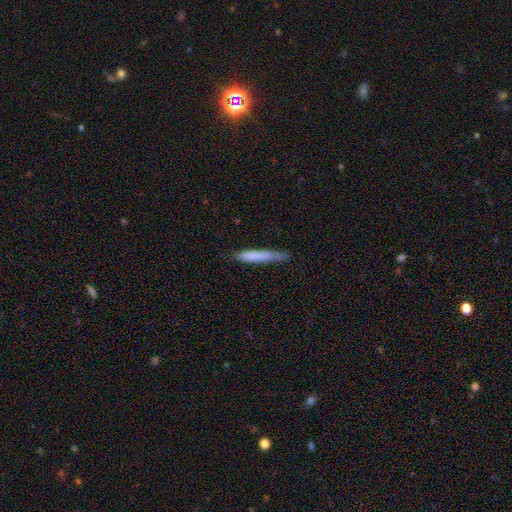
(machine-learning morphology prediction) This appears to be a smooth galaxy with no disk features (73%) that is cigar-shaped (95%). Merging: none (76%).